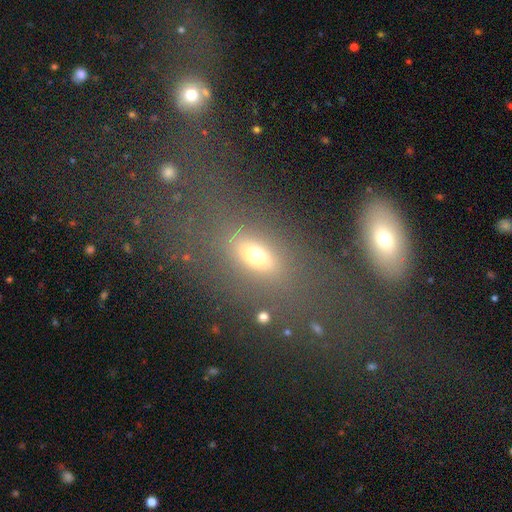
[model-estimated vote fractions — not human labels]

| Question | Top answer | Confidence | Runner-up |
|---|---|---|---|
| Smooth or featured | smooth | 63% | star or artifact (20%) |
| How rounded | in between | 65% | round (26%) |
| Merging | none | 75% | minor disturbance (11%) |